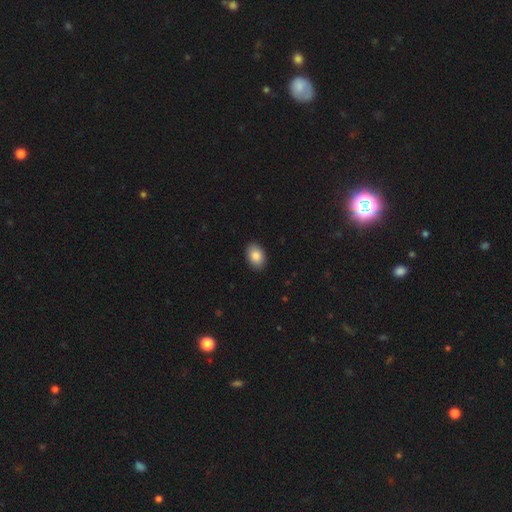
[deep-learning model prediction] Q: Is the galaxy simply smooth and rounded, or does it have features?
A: smooth — 86%.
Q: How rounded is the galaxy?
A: in between — 86%.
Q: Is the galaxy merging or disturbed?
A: none — 90%.